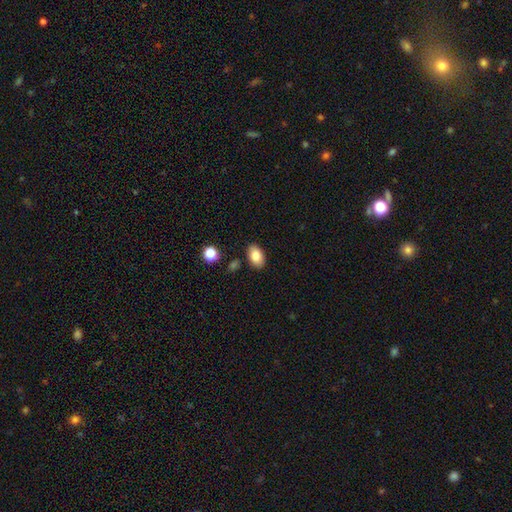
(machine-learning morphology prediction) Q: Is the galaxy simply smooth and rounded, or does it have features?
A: smooth — 83%.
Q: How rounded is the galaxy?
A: in between — 90%.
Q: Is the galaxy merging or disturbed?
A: none — 85%.